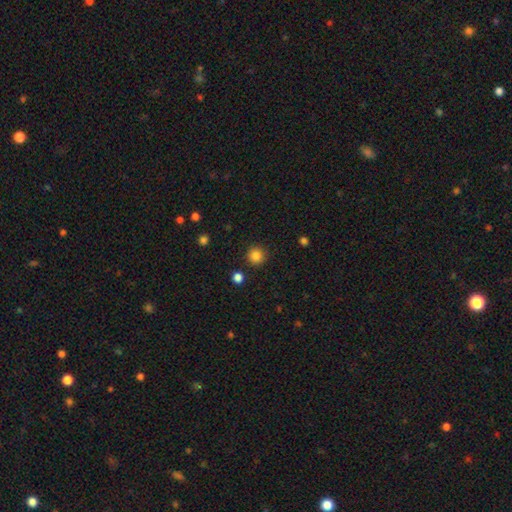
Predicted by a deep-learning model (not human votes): smooth_or_featured: smooth (p=0.85) [alt: star or artifact p=0.11]
how_rounded: round (p=0.95) [alt: in between p=0.04]
merging: none (p=0.90) [alt: minor disturbance p=0.06]